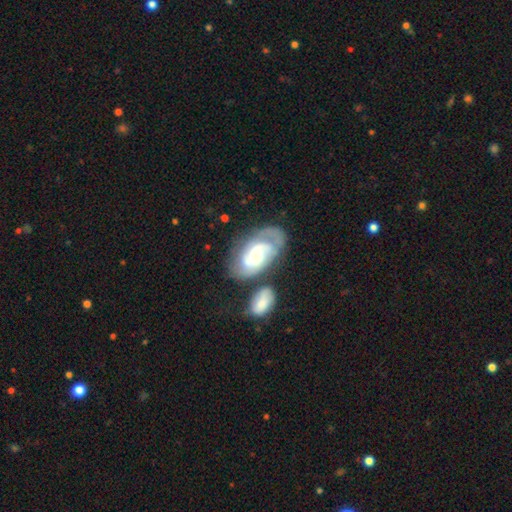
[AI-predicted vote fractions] Q: Smooth or featured?
A: featured or disk (73%); runner-up: smooth (21%)
Q: Edge-on disk?
A: no (96%); runner-up: yes (4%)
Q: Bar?
A: no (61%); runner-up: weak (34%)
Q: Spiral arms?
A: yes (91%); runner-up: no (9%)
Q: Spiral winding?
A: medium (41%); tied with: tight (41%)
Q: Spiral arm count?
A: 2 (52%); runner-up: can't tell (23%)
Q: Bulge size?
A: small (43%); runner-up: moderate (42%)
Q: Merging?
A: none (41%); runner-up: minor disturbance (21%)